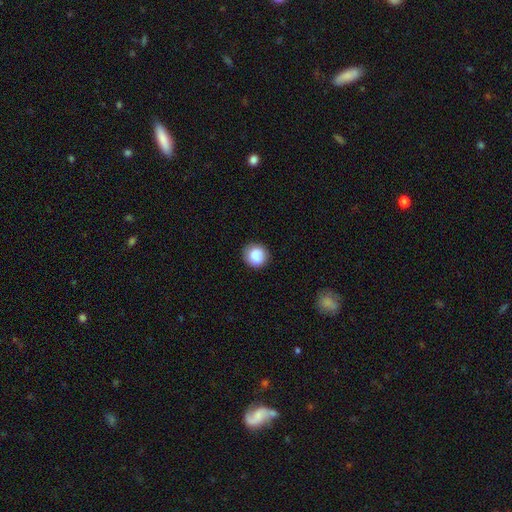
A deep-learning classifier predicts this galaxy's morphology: A smooth galaxy with no disk features (82%) that is round (86%). Merging: none (81%).